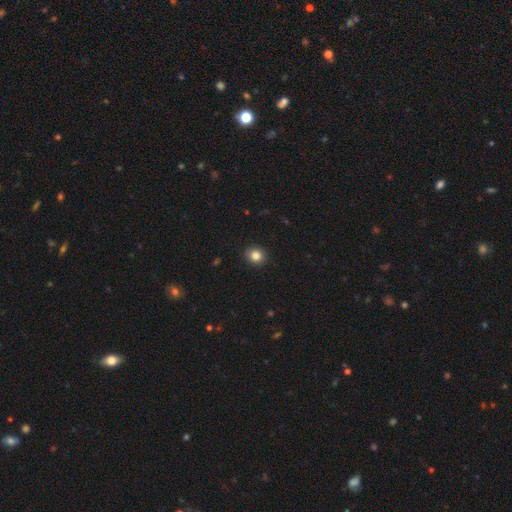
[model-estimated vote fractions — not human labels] smooth_or_featured: smooth (p=0.83) [alt: star or artifact p=0.11]
how_rounded: round (p=0.88) [alt: in between p=0.12]
merging: none (p=0.91) [alt: minor disturbance p=0.06]